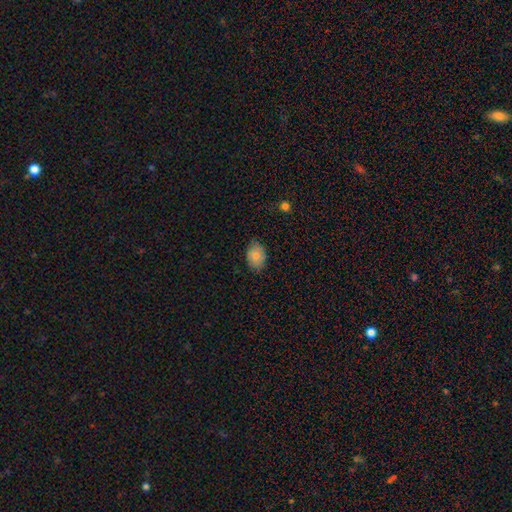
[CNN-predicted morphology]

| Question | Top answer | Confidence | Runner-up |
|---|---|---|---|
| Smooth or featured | smooth | 83% | featured or disk (10%) |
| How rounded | in between | 75% | round (24%) |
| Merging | none | 81% | minor disturbance (16%) |